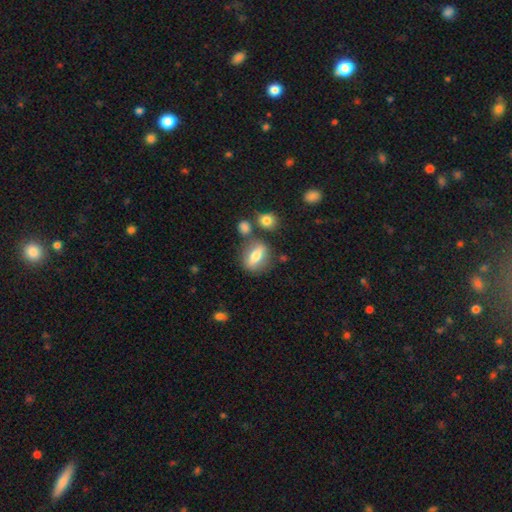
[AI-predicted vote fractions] Q: Smooth or featured?
A: smooth (59%); runner-up: featured or disk (32%)
Q: How rounded?
A: in between (62%); runner-up: round (25%)
Q: Merging?
A: none (68%); runner-up: minor disturbance (14%)